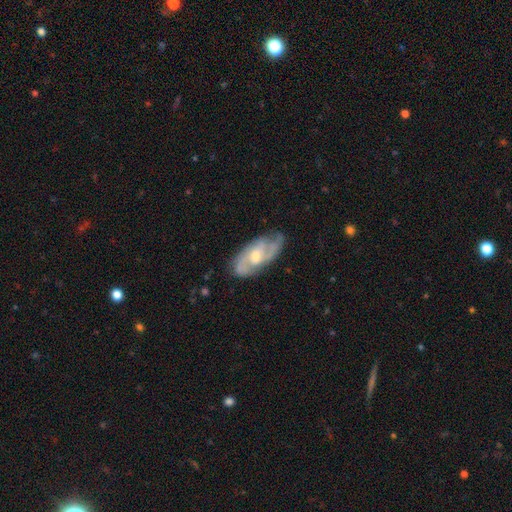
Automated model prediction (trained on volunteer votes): A featured or disk galaxy (79%) with no bar (48%), 2 (55%) medium (46%) spiral arms (93%) and a moderate central bulge (56%).

Vote fractions:
- Smooth or featured? featured or disk: 79% / smooth: 15% / star or artifact: 5%
- Edge-on disk? no: 92% / yes: 8%
- Bar? no: 48% / weak: 43% / strong: 9%
- Spiral arms? yes: 93% / no: 7%
- Spiral winding? medium: 46% / tight: 37% / loose: 17%
- Spiral arm count? 2: 55% / can't tell: 20% / 3: 16% / 4: 3% / 1: 3% / more than 4: 2%
- Bulge size? moderate: 56% / small: 39% / large: 3% / none: 2% / dominant: 1%
- Merging? none: 72% / minor disturbance: 21% / major disturbance: 6% / merger: 1%